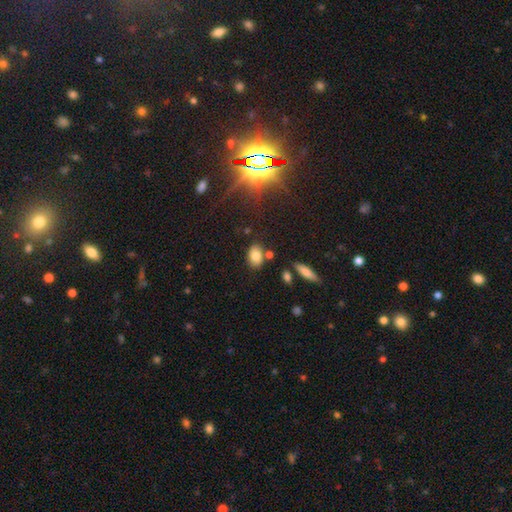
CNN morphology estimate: This is likely a smooth galaxy (80%). How rounded: clearly in between (85%). Merging: likely none (75%).